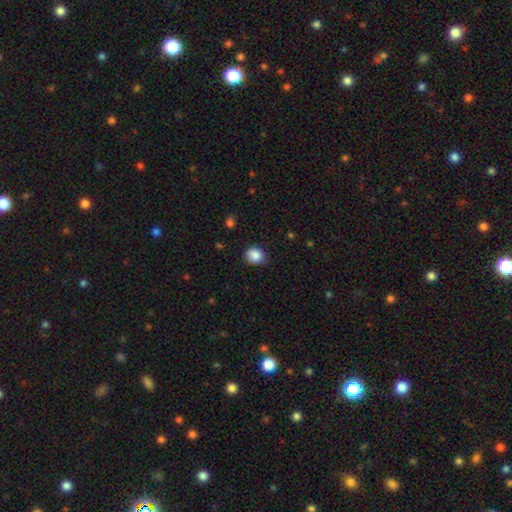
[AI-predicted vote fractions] Smooth or featured?
  - smooth: 87% *
  - star or artifact: 9%
  - featured or disk: 4%
How rounded?
  - round: 64% *
  - in between: 35%
  - cigar-shaped: 1%
Merging?
  - none: 76% *
  - minor disturbance: 20%
  - major disturbance: 3%
  - merger: 1%